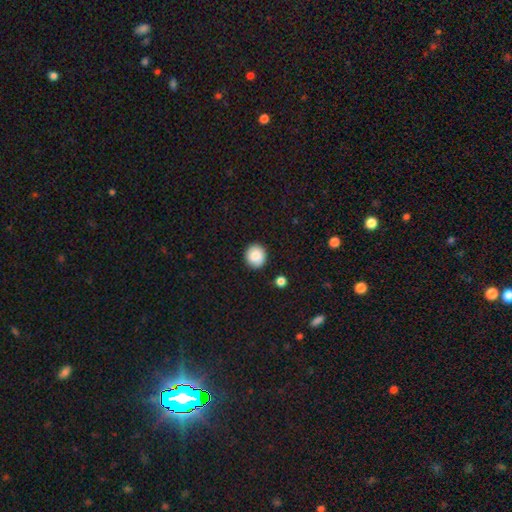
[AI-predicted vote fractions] Smooth or featured: smooth — 82% (featured or disk — 9%)
How rounded: round — 85% (in between — 14%)
Merging: none — 86% (minor disturbance — 10%)